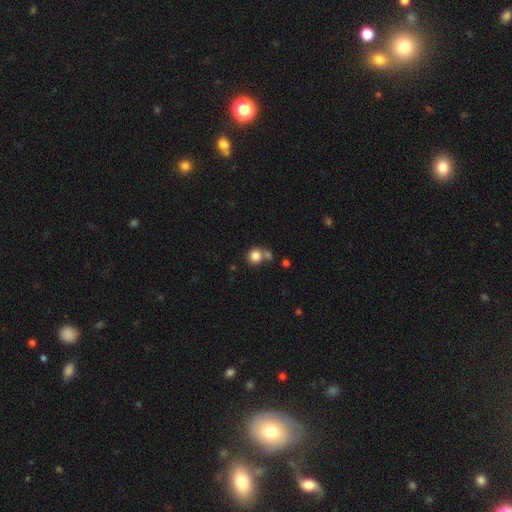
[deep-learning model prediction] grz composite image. It shows a smooth galaxy with no disk features (84%) that is round (89%). Merging: none (55%).